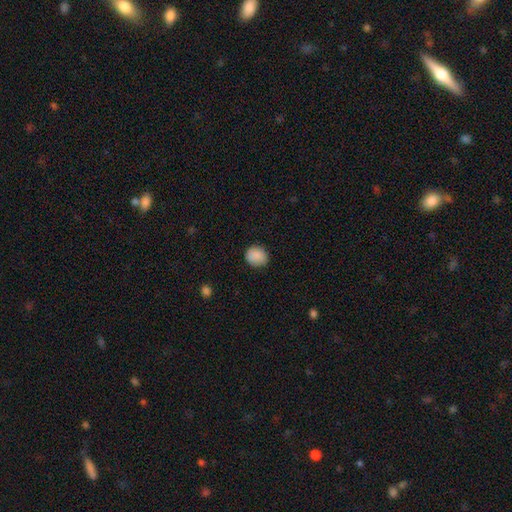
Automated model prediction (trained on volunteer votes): Smooth or featured: smooth — 89% (star or artifact — 8%)
How rounded: round — 80% (in between — 19%)
Merging: none — 86% (minor disturbance — 11%)